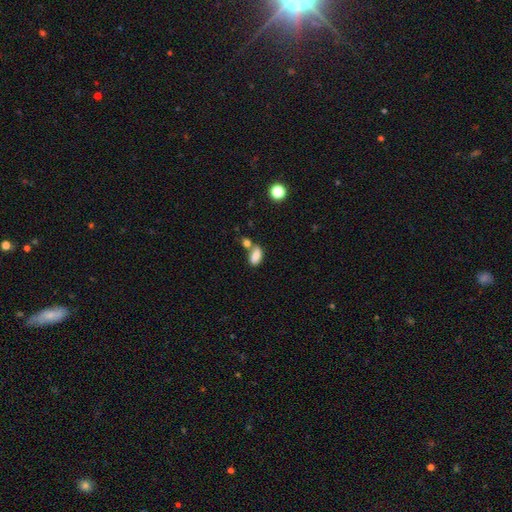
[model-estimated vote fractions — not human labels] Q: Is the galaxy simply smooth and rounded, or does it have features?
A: smooth — 81%.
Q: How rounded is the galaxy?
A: in between — 89%.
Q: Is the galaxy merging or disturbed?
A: none — 42%.